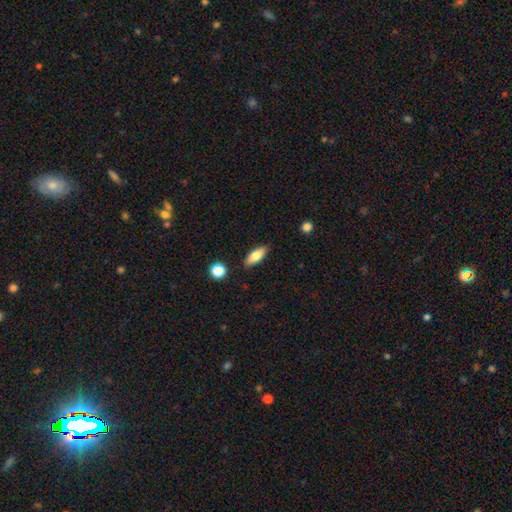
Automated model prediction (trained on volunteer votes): smooth 75%, featured or disk 17%, star or artifact 7%. Down the decision tree: how rounded — in between (75%); merging — none (87%).